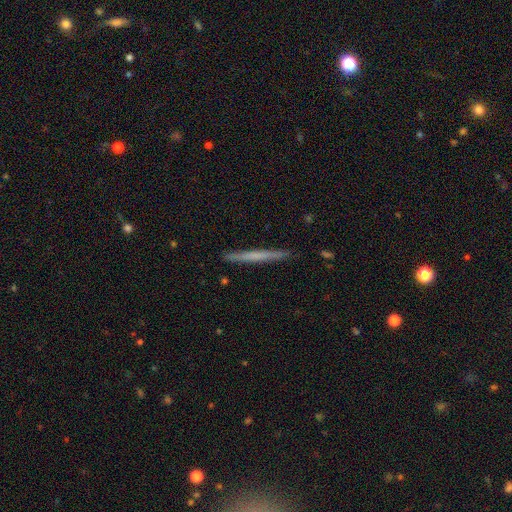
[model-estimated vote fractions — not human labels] smooth-or-featured: smooth: 51% | featured or disk: 44% | star or artifact: 6%
  how-rounded: cigar-shaped: 97% | in between: 2% | round: 1%
  merging: none: 91% | minor disturbance: 6% | major disturbance: 1% | merger: 1%